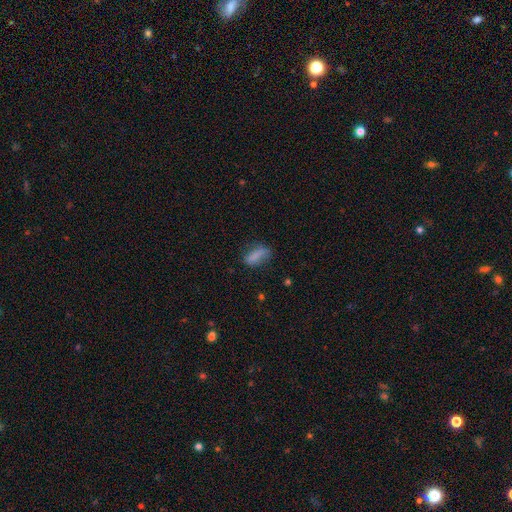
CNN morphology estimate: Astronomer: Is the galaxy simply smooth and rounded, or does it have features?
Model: smooth — 77%.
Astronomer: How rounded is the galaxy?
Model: in between — 67%.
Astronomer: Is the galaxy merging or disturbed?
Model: none — 63%.